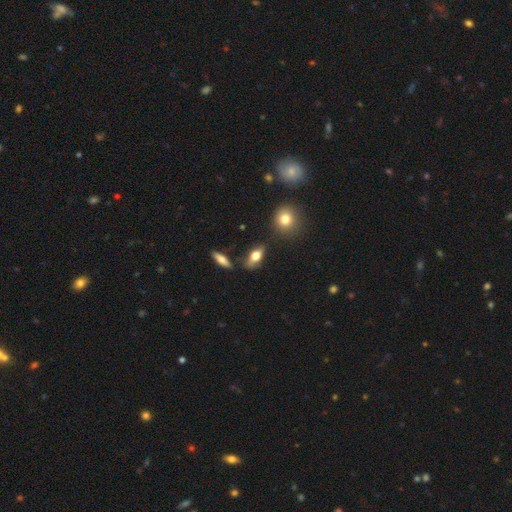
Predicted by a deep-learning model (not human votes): smooth-or-featured: smooth: 68% | featured or disk: 24% | star or artifact: 9%
  how-rounded: in between: 76% | cigar-shaped: 15% | round: 8%
  merging: none: 70% | minor disturbance: 18% | merger: 7% | major disturbance: 6%